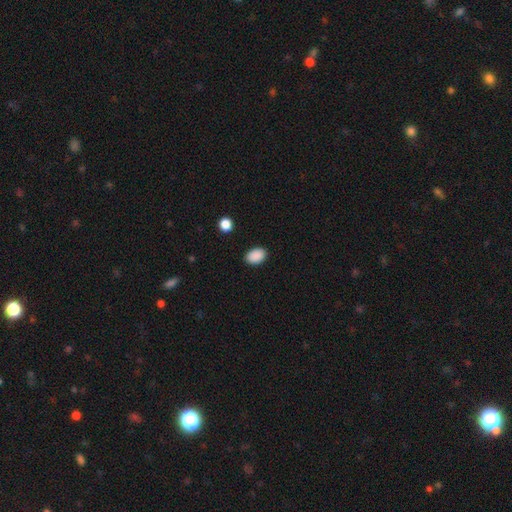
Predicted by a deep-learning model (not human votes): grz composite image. It shows a smooth galaxy with no disk features (90%) that is in between round and cigar-shaped (83%). Merging: none (88%).